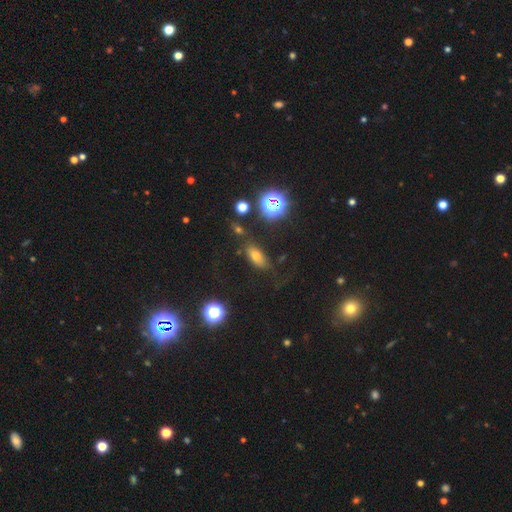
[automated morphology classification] Smooth or featured? smooth (61%)
How rounded? in between (75%)
Merging? none (71%)